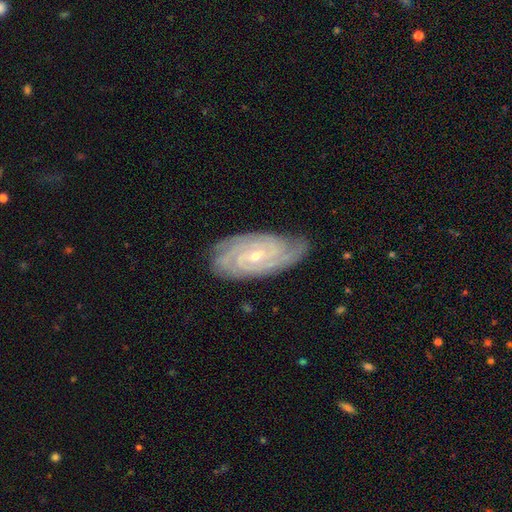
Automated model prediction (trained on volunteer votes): A featured or disk galaxy (89%) with no bar (56%), 4 (26%) tight (79%) spiral arms (98%) and a small central bulge (73%).

Vote fractions:
- Smooth or featured? featured or disk: 89% / smooth: 6% / star or artifact: 5%
- Edge-on disk? no: 95% / yes: 5%
- Bar? no: 56% / weak: 33% / strong: 11%
- Spiral arms? yes: 98% / no: 2%
- Spiral winding? tight: 79% / medium: 18% / loose: 3%
- Spiral arm count? 4: 26% / 3: 24% / can't tell: 20% / 2: 16% / more than 4: 8% / 1: 6%
- Bulge size? small: 73% / moderate: 24% / none: 1% / large: 1% / dominant: 1%
- Merging? none: 79% / minor disturbance: 17% / major disturbance: 3% / merger: 1%